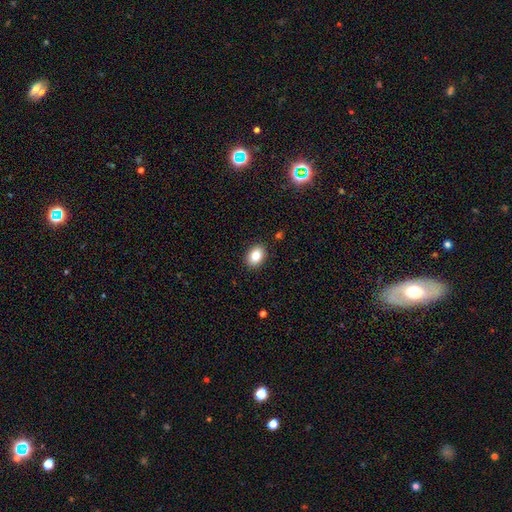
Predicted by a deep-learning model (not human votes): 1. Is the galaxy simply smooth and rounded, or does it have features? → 82% smooth, 9% star or artifact, 9% featured or disk.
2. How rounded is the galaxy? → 70% in between, 29% round, 1% cigar-shaped.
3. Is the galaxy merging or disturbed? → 90% none, 7% minor disturbance, 2% major disturbance, 1% merger.